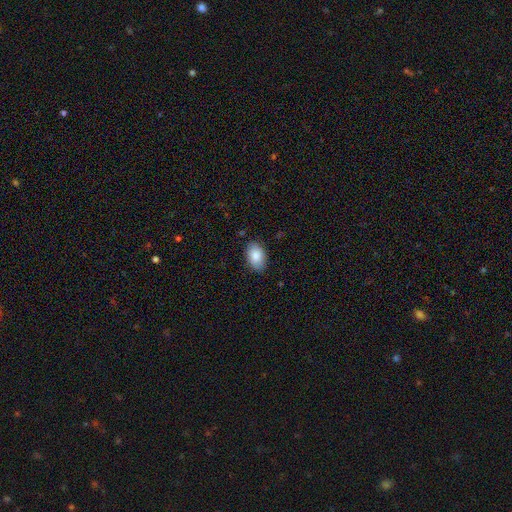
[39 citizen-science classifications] Smooth or featured: smooth — 97% (star or artifact — 3%)
How rounded: in between — 97% (round — 3%)
Merging: none — 92% (minor disturbance — 8%)